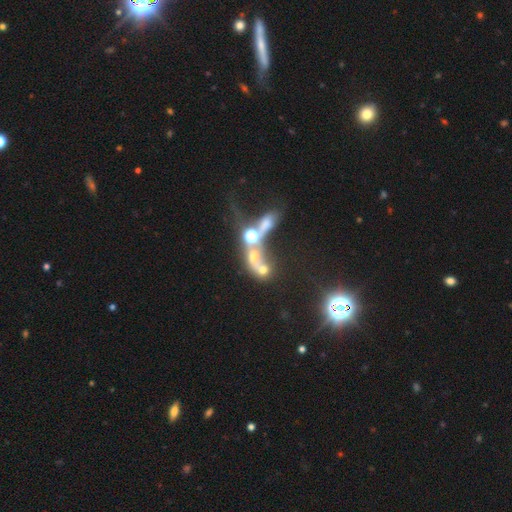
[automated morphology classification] Overall: featured or disk (41%; smooth 33%). Merging: merger (65%).